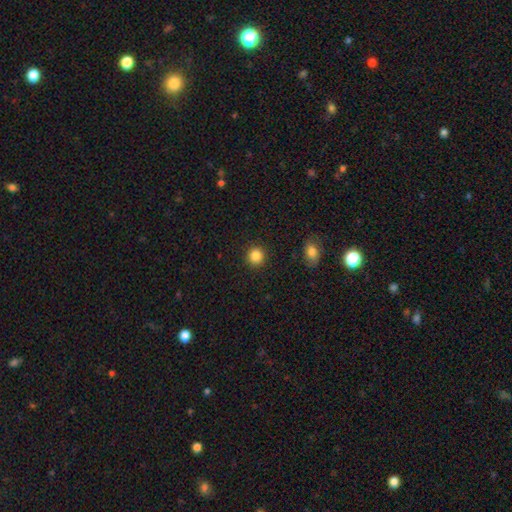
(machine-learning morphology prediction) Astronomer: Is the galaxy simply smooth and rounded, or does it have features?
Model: smooth — 86%.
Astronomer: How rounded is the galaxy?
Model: round — 92%.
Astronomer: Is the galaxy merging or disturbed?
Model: none — 92%.